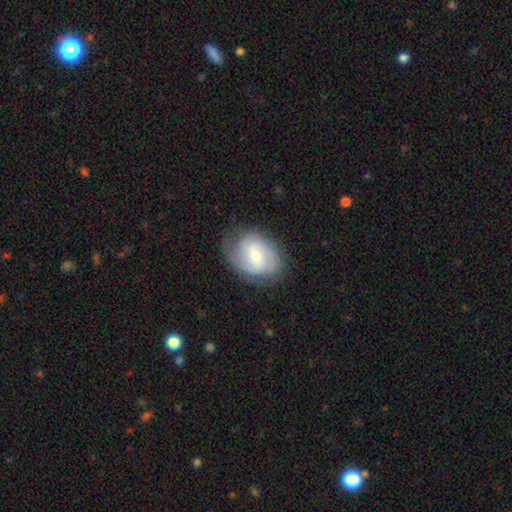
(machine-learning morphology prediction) This is likely a featured or disk galaxy (68%). It is clearly not viewed edge-on (97%). Bar: possibly weak (46%). Spiral arm pattern: clearly yes (89%). Spiral arm count: possibly 2 (53%). Spiral winding: possibly tight (48%). Central bulge: possibly small (58%). Merging: likely none (72%).